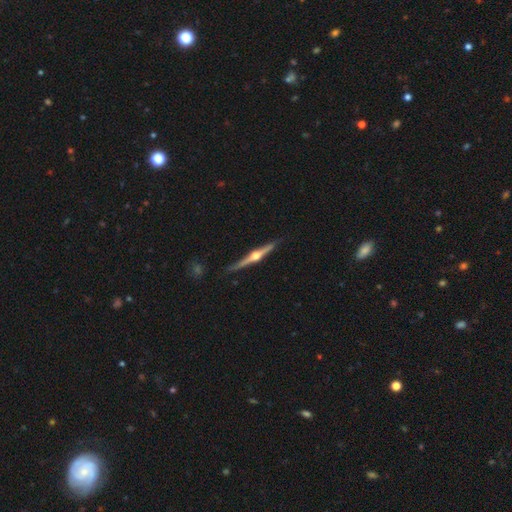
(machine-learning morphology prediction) This appears to be a featured or disk galaxy (84%) viewed edge-on (98%) with a rounded central bulge (96%). Merging: none (87%).